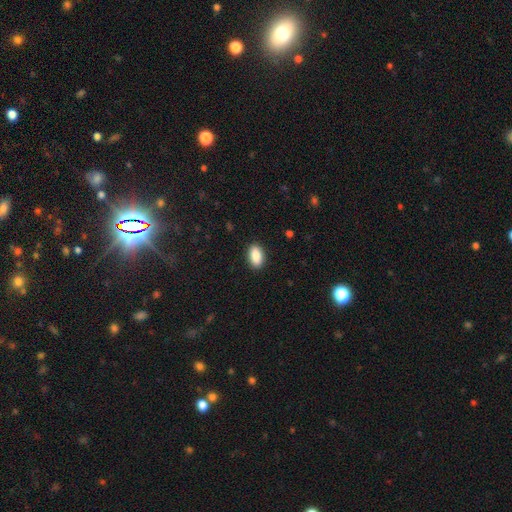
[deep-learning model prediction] This appears to be a smooth galaxy with no disk features (88%) that is in between round and cigar-shaped (92%). Merging: none (89%).